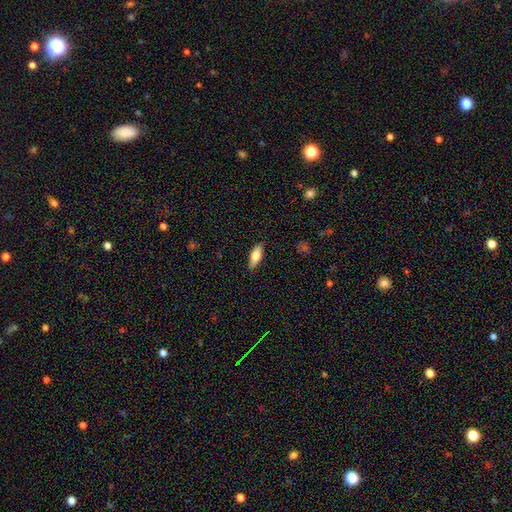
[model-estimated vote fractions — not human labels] A smooth galaxy with no disk features (74%) that is in between round and cigar-shaped (68%).

Vote fractions:
- Smooth or featured? smooth: 74% / featured or disk: 20% / star or artifact: 6%
- How rounded? in between: 68% / cigar-shaped: 29% / round: 2%
- Merging? none: 88% / minor disturbance: 9% / major disturbance: 2% / merger: 1%